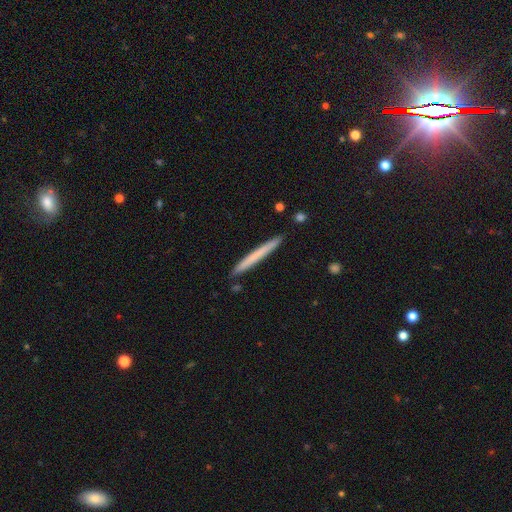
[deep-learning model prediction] This appears to be a smooth galaxy with no disk features (65%) that is cigar-shaped (97%). Merging: none (90%).